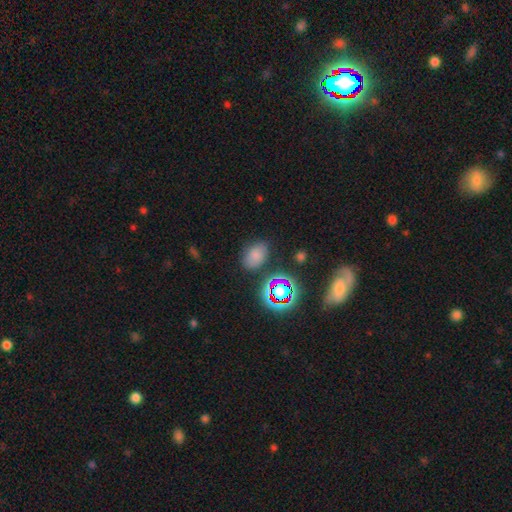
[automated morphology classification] smooth-or-featured: smooth: 70% | star or artifact: 21% | featured or disk: 9%
  how-rounded: in between: 82% | round: 16% | cigar-shaped: 1%
  merging: none: 79% | minor disturbance: 13% | major disturbance: 4% | merger: 3%